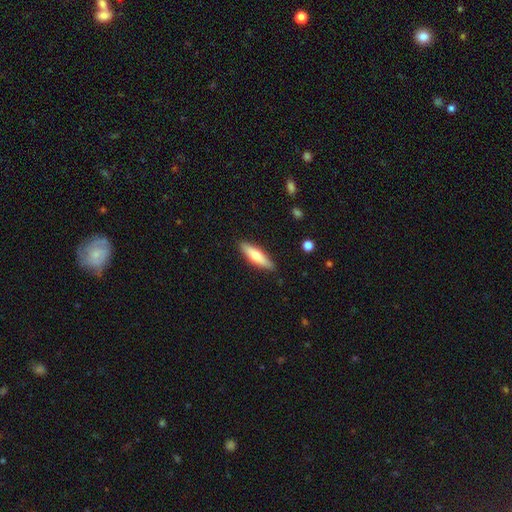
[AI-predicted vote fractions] A smooth galaxy with no disk features (62%) that is cigar-shaped (67%). Merging: none (88%).